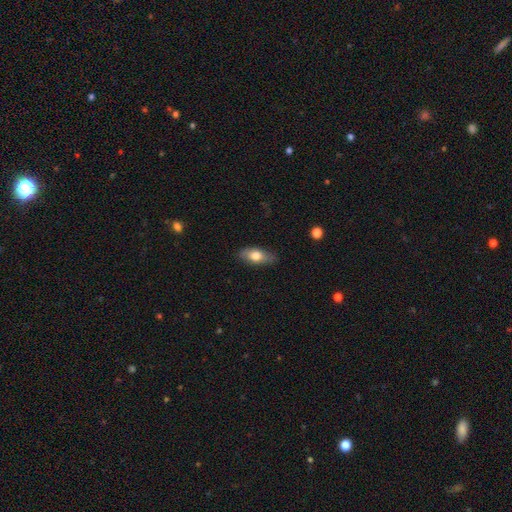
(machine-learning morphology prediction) The model was most divided on "smooth or featured": smooth: 72%, featured or disk: 22%, star or artifact: 6%. More confident: merging — none (84%); how rounded — in between (81%).